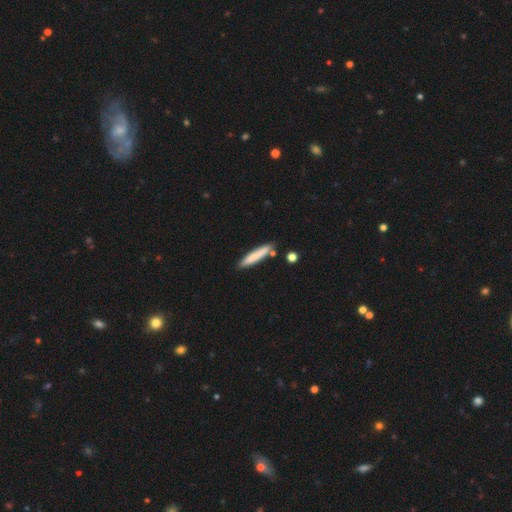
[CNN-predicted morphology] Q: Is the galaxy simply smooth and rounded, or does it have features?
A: smooth — 78%.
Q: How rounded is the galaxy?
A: cigar-shaped — 91%.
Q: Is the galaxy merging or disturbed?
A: none — 80%.